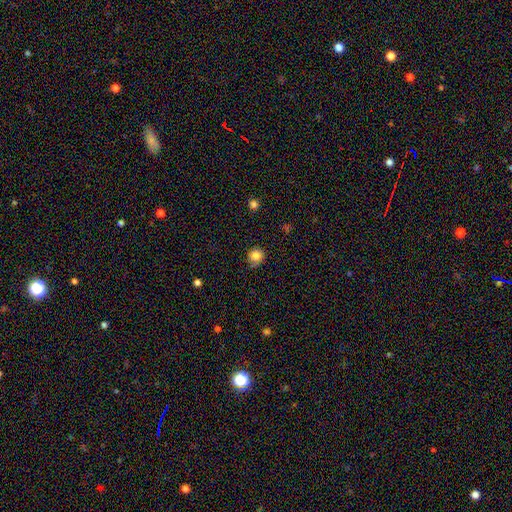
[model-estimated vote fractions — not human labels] smooth-or-featured: smooth: 82% | star or artifact: 11% | featured or disk: 6%
  how-rounded: round: 82% | in between: 17% | cigar-shaped: 1%
  merging: none: 71% | minor disturbance: 22% | major disturbance: 5% | merger: 2%